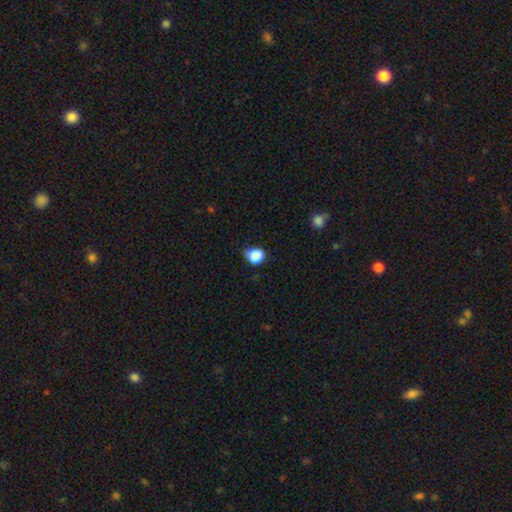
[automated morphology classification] This is clearly a smooth galaxy (87%). How rounded: possibly round (55%). Merging: possibly none (54%).